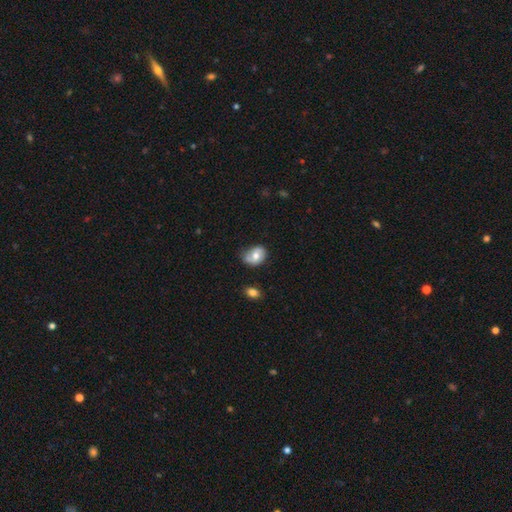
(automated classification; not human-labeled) The model was most divided on "merging": none: 49%, minor disturbance: 35%, major disturbance: 10%, merger: 6%. More confident: smooth or featured — smooth (61%); how rounded — in between (60%).